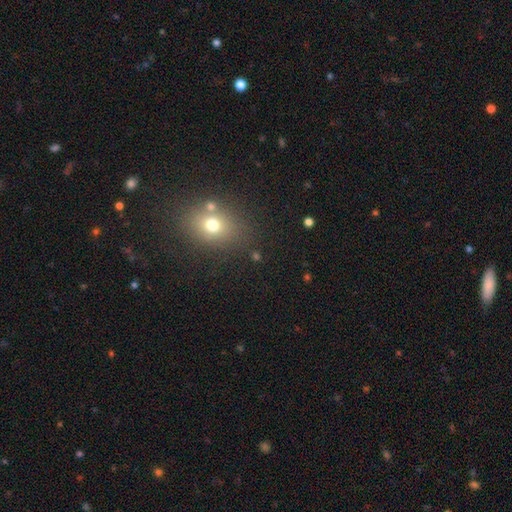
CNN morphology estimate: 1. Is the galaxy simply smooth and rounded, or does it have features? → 61% smooth, 26% star or artifact, 13% featured or disk.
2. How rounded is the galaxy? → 52% round, 46% in between, 2% cigar-shaped.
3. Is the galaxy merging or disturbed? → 75% none, 11% minor disturbance, 10% merger, 5% major disturbance.